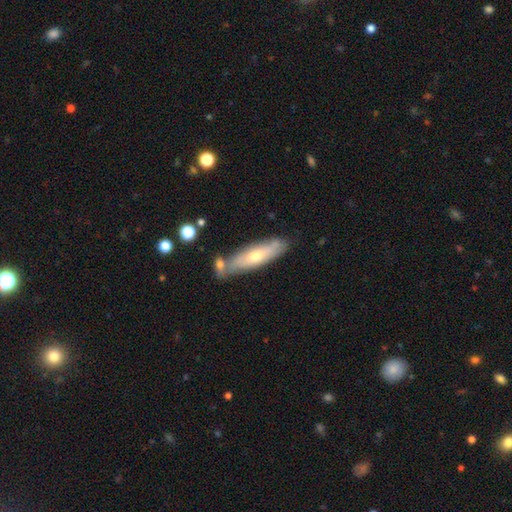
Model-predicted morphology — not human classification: Smooth or featured: smooth — 49% (featured or disk — 45%)
Merging: none — 66% (minor disturbance — 16%)